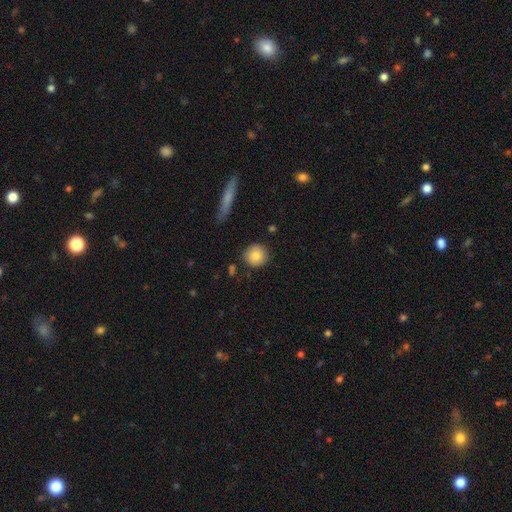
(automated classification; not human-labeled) Overall: smooth (83%). How rounded: round (91%). Merging: none (85%).